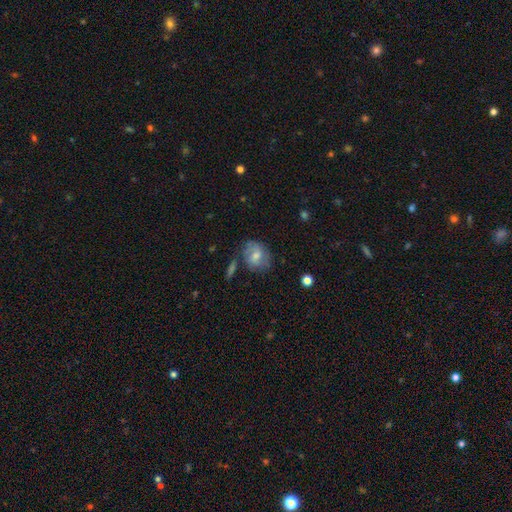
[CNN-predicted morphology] smooth 49%, featured or disk 41%, star or artifact 10%. Down the decision tree: merging — none (67%).